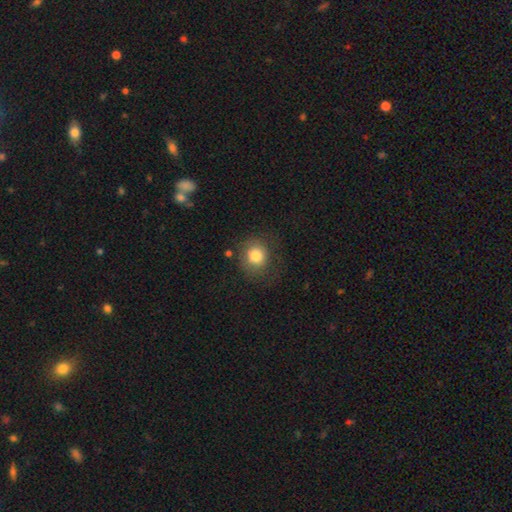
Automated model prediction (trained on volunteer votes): smooth_or_featured: smooth (p=0.79) [alt: featured or disk p=0.11]
how_rounded: round (p=0.79) [alt: in between p=0.21]
merging: none (p=0.69) [alt: minor disturbance p=0.18]